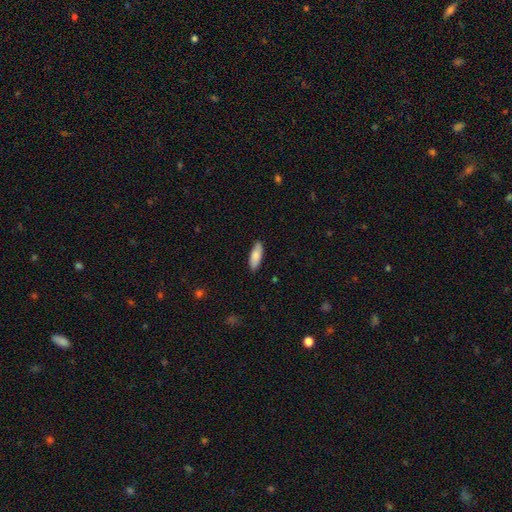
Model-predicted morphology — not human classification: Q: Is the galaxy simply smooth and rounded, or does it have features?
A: smooth — 82%.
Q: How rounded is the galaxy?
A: in between — 65%.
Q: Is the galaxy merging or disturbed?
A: none — 86%.